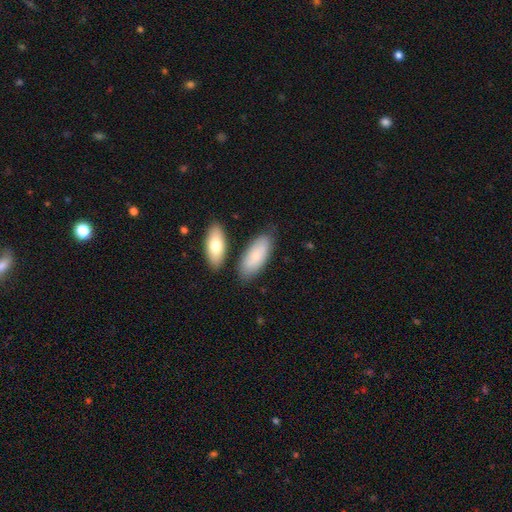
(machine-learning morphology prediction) smooth_or_featured: smooth (p=0.79) [alt: featured or disk p=0.15]
how_rounded: in between (p=0.82) [alt: cigar-shaped p=0.16]
merging: none (p=0.72) [alt: minor disturbance p=0.15]